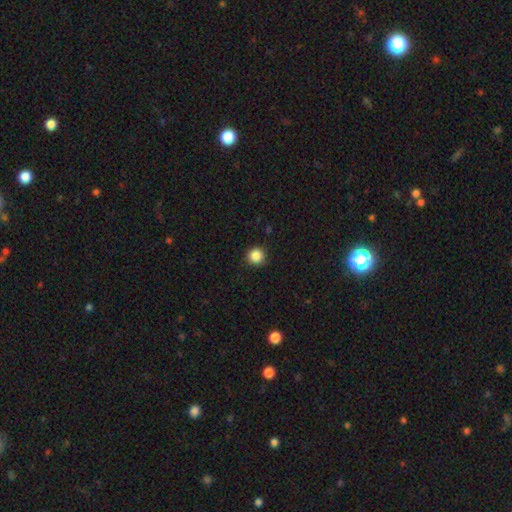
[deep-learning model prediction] Smooth or featured?
  - smooth: 87% *
  - star or artifact: 10%
  - featured or disk: 3%
How rounded?
  - round: 95% *
  - in between: 4%
  - cigar-shaped: 1%
Merging?
  - none: 90% *
  - minor disturbance: 7%
  - major disturbance: 2%
  - merger: 1%